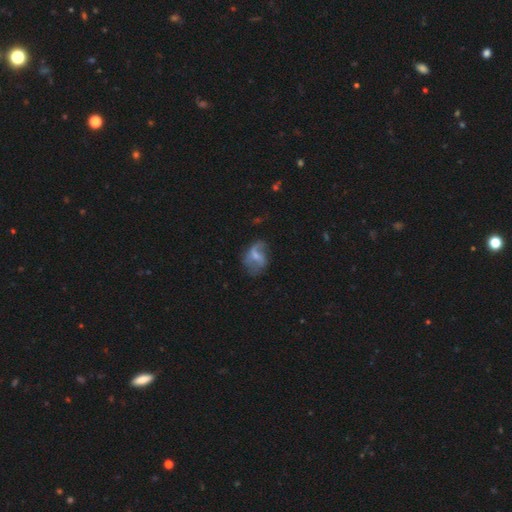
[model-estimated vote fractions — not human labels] smooth-or-featured: featured or disk: 59% | smooth: 32% | star or artifact: 9%
  disk-edge-on: no: 96% | yes: 4%
    bar: weak: 47% | no: 38% | strong: 15%
    has-spiral-arms: yes: 71% | no: 29%
    bulge-size: small: 47% | moderate: 32% | none: 17% | large: 3% | dominant: 1%
  merging: none: 46% | minor disturbance: 27% | major disturbance: 24% | merger: 3%